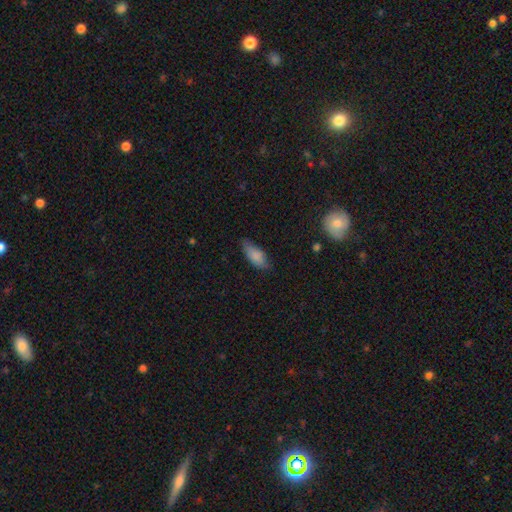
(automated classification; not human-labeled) Smooth or featured?
  - smooth: 84% *
  - featured or disk: 10%
  - star or artifact: 7%
How rounded?
  - in between: 82% *
  - cigar-shaped: 16%
  - round: 2%
Merging?
  - none: 69% *
  - minor disturbance: 25%
  - major disturbance: 5%
  - merger: 1%